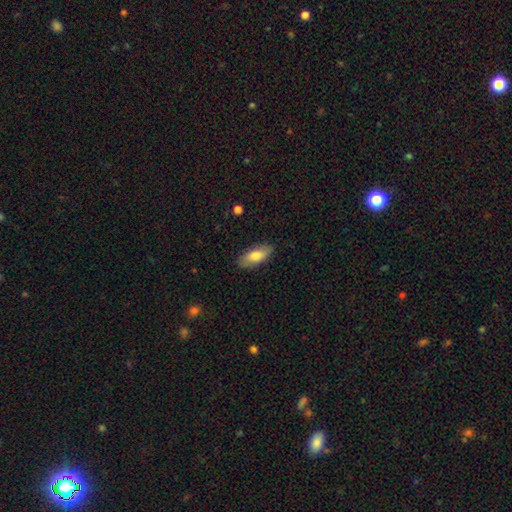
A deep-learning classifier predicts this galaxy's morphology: The model was most divided on "smooth or featured": smooth: 77%, featured or disk: 17%, star or artifact: 6%. More confident: how rounded — in between (84%); merging — none (84%).